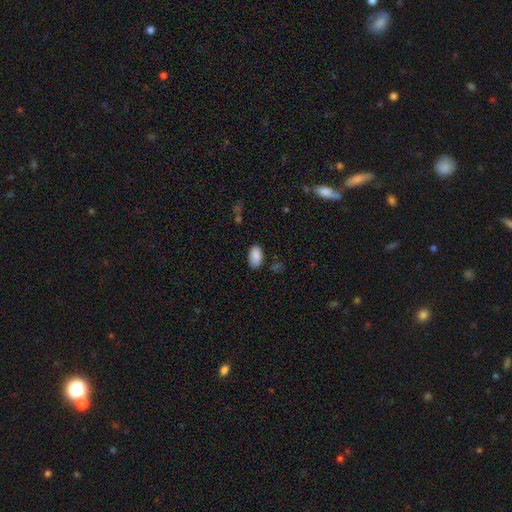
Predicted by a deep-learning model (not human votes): smooth 89%, star or artifact 7%, featured or disk 4%. Down the decision tree: how rounded — in between (95%); merging — none (81%).